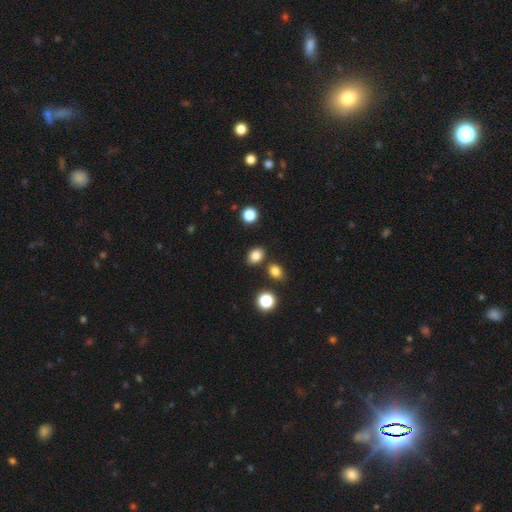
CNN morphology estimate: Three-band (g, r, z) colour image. It shows a smooth galaxy with no disk features (82%) that is in between round and cigar-shaped (61%). Merging: none (80%).